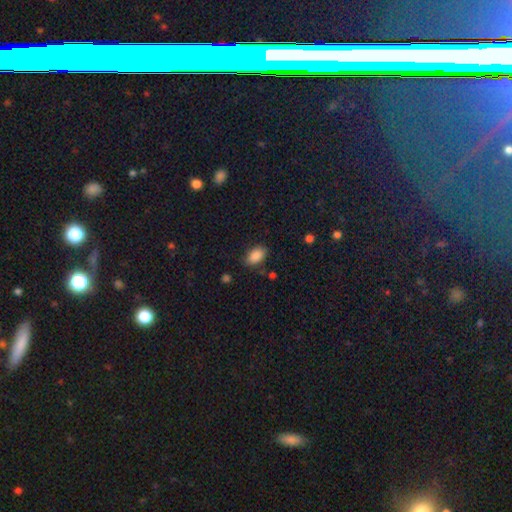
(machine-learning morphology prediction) smooth-or-featured: smooth: 87% | star or artifact: 8% | featured or disk: 5%
  how-rounded: in between: 91% | round: 7% | cigar-shaped: 2%
  merging: none: 82% | minor disturbance: 13% | major disturbance: 3% | merger: 2%